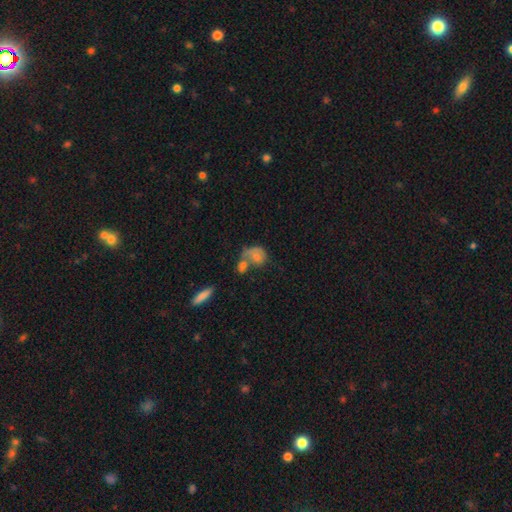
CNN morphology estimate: Smooth or featured?
  - smooth: 65% *
  - featured or disk: 25%
  - star or artifact: 10%
How rounded?
  - in between: 56% *
  - round: 42%
  - cigar-shaped: 3%
Merging?
  - merger: 49% *
  - none: 24%
  - major disturbance: 14%
  - minor disturbance: 12%